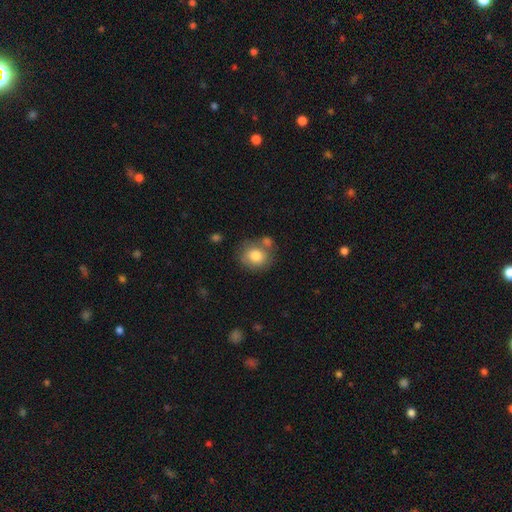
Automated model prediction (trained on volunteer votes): This appears to be a smooth galaxy with no disk features (80%) that is round (74%). Merging: none (63%).